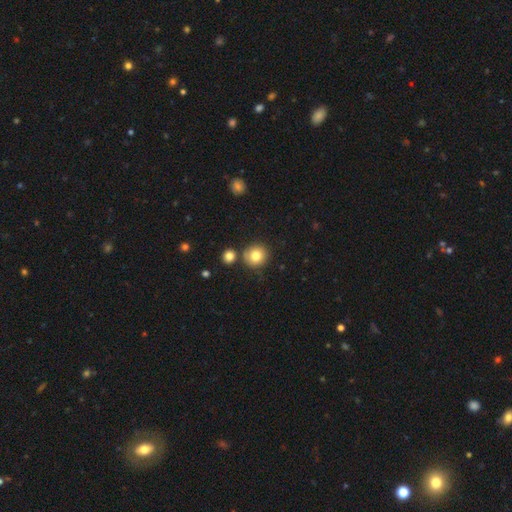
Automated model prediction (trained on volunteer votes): smooth_or_featured: smooth (p=0.80) [alt: star or artifact p=0.11]
how_rounded: round (p=0.91) [alt: in between p=0.08]
merging: none (p=0.77) [alt: merger p=0.11]